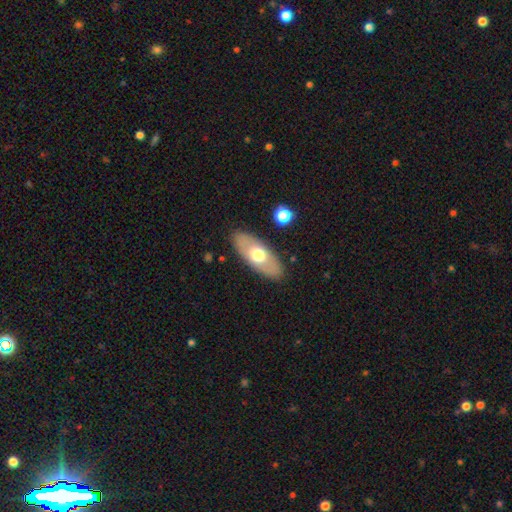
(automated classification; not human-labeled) smooth_or_featured: smooth (p=0.52) [alt: featured or disk p=0.42]
how_rounded: in between (p=0.84) [alt: cigar-shaped p=0.12]
merging: none (p=0.88) [alt: minor disturbance p=0.08]